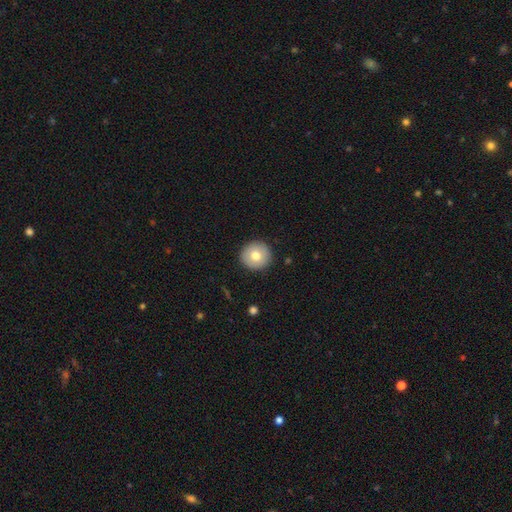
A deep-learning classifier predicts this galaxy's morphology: The model was most divided on "smooth or featured": smooth: 74%, featured or disk: 18%, star or artifact: 8%. More confident: how rounded — round (94%); merging — none (91%).